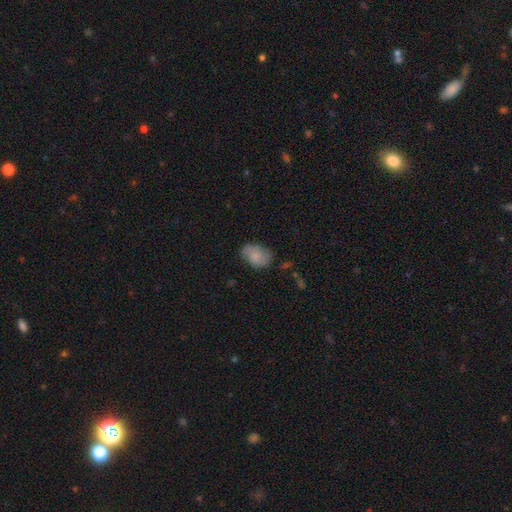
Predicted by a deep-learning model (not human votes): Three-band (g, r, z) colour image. It shows a smooth galaxy with no disk features (75%) that is in between round and cigar-shaped (80%). Merging: none (61%).